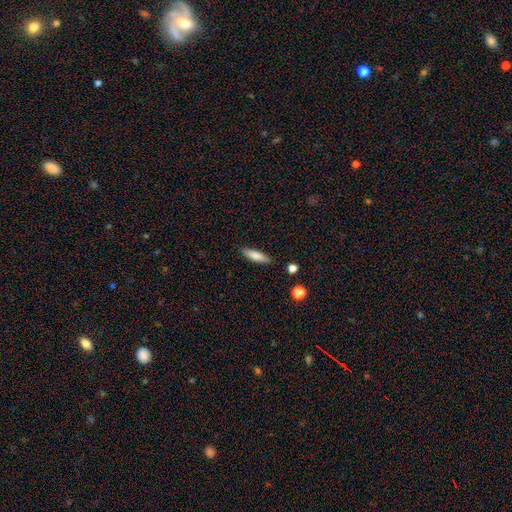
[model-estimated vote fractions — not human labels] Smooth or featured? Predicted: smooth (p=0.80). How rounded? Predicted: cigar-shaped (p=0.66). Merging? Predicted: none (p=0.88).